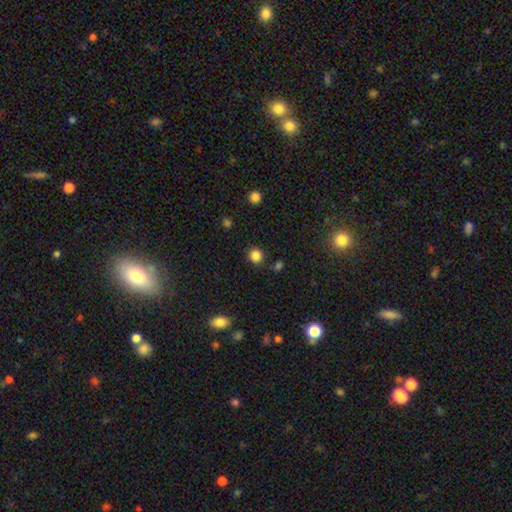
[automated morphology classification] This is clearly a smooth galaxy (85%). How rounded: clearly round (87%). Merging: clearly none (86%).